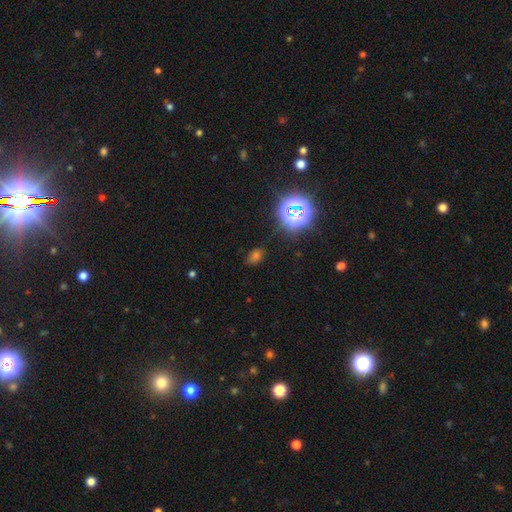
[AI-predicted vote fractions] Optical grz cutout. It shows a smooth galaxy with no disk features (51%) that is in between round and cigar-shaped (65%). Merging: none (81%).